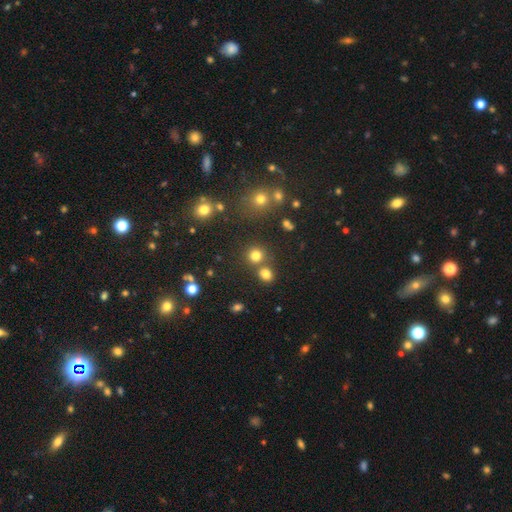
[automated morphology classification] A smooth galaxy with no disk features (77%) that is round (87%). Merging: none (70%).